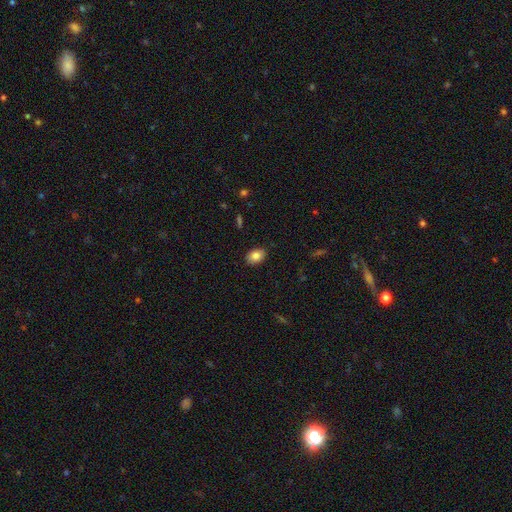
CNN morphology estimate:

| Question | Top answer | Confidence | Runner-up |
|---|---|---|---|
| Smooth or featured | smooth | 83% | featured or disk (8%) |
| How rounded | in between | 79% | round (20%) |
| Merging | none | 87% | minor disturbance (10%) |